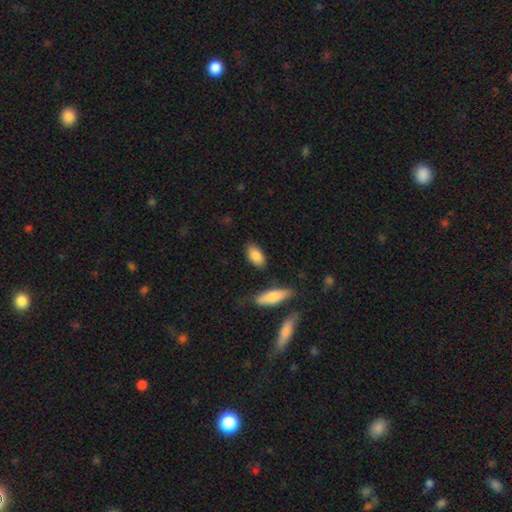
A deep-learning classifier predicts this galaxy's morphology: This appears to be a smooth galaxy with no disk features (86%) that is in between round and cigar-shaped (90%). Merging: none (82%).